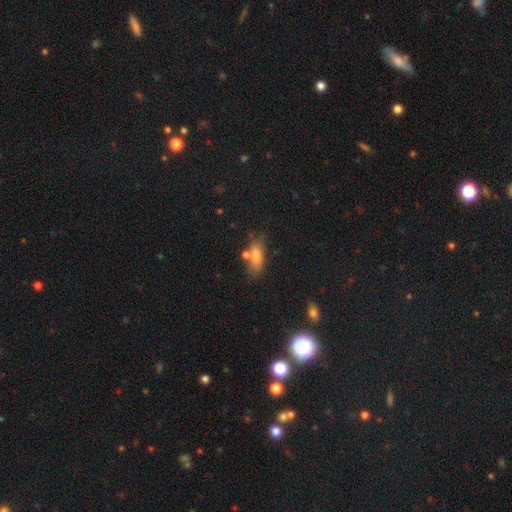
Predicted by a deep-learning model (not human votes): This appears to be a smooth galaxy with no disk features (73%) that is in between round and cigar-shaped (75%). Merging: none (63%).